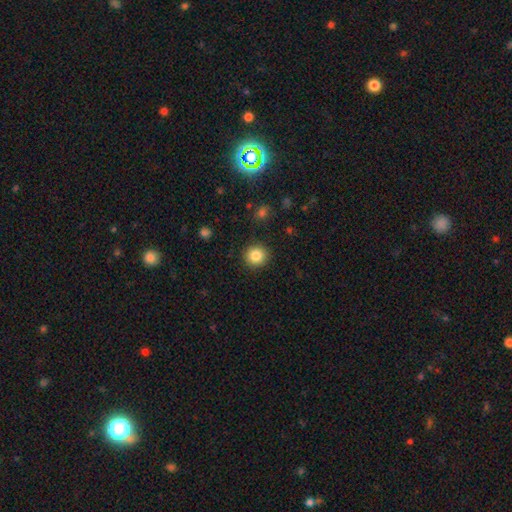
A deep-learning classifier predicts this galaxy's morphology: Smooth or featured: smooth — 85% (star or artifact — 10%)
How rounded: round — 93% (in between — 7%)
Merging: none — 91% (minor disturbance — 6%)